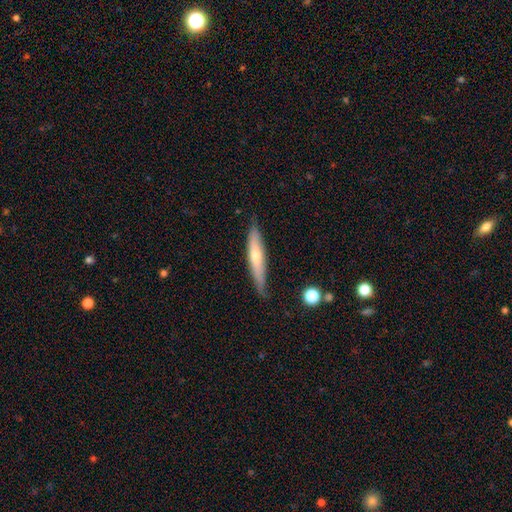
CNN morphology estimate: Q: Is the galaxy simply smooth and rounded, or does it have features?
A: smooth — 51%.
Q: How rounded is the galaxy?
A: cigar-shaped — 90%.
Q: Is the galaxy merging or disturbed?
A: none — 80%.